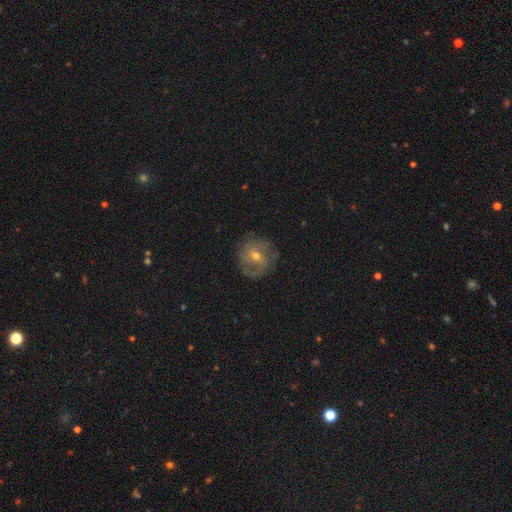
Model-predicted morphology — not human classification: Smooth or featured?
  - featured or disk: 73% *
  - smooth: 19%
  - star or artifact: 8%
Edge-on disk?
  - no: 97% *
  - yes: 3%
Bar?
  - weak: 45% *
  - no: 42%
  - strong: 13%
Spiral arms?
  - yes: 88% *
  - no: 12%
Spiral winding?
  - medium: 45% *
  - tight: 32%
  - loose: 23%
Spiral arm count?
  - 2: 57% *
  - can't tell: 19%
  - 3: 10%
  - 1: 9%
  - 4: 3%
  - more than 4: 3%
Bulge size?
  - small: 48% * (tied)
  - moderate: 48% * (tied)
  - large: 1%
  - none: 1%
  - dominant: 1%
Merging?
  - none: 72% *
  - minor disturbance: 18%
  - major disturbance: 8%
  - merger: 1%